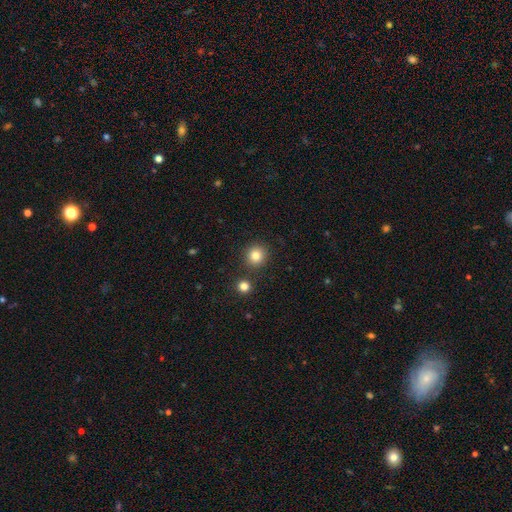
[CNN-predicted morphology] This appears to be a smooth galaxy with no disk features (82%) that is round (89%). Merging: none (87%).